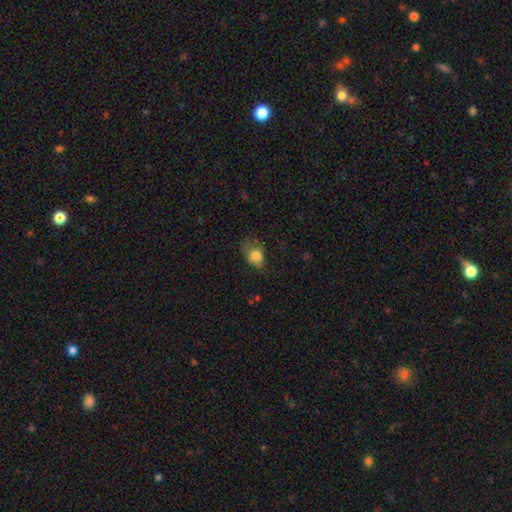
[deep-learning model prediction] Morphology: type=smooth (78%); roundness=in between (67%); merging=none (42%).